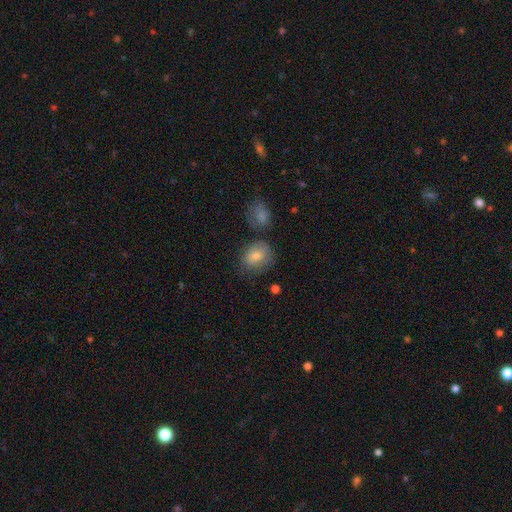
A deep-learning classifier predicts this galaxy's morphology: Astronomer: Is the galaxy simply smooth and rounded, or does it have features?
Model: smooth — 74%.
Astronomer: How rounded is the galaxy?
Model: round — 53% (runner-up: in between, 46%).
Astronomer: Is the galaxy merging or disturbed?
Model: none — 64%.